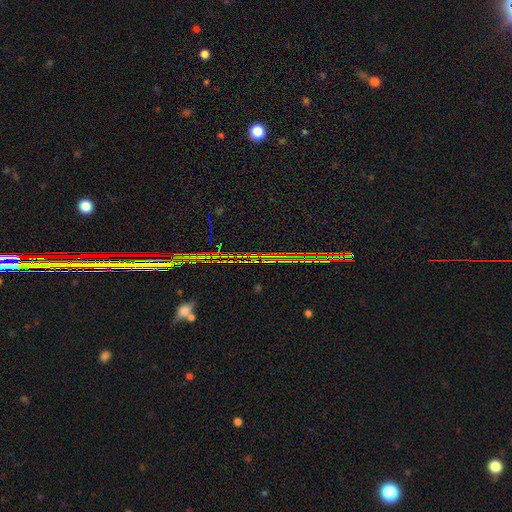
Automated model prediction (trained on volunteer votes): Smooth or featured? Predicted: star or artifact (p=0.83).